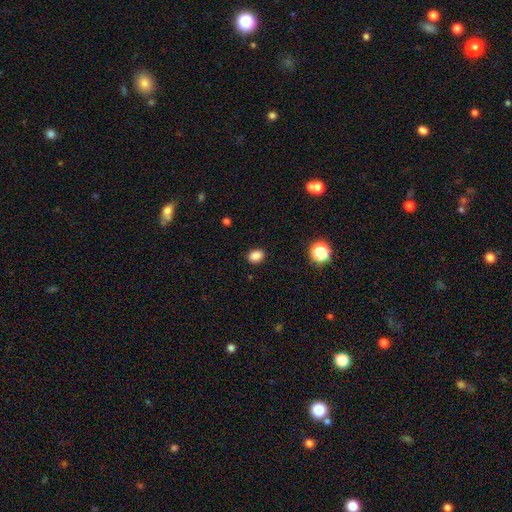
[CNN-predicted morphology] smooth-or-featured: smooth: 86% | star or artifact: 11% | featured or disk: 3%
  how-rounded: in between: 63% | round: 36% | cigar-shaped: 1%
  merging: none: 89% | minor disturbance: 8% | major disturbance: 2% | merger: 1%